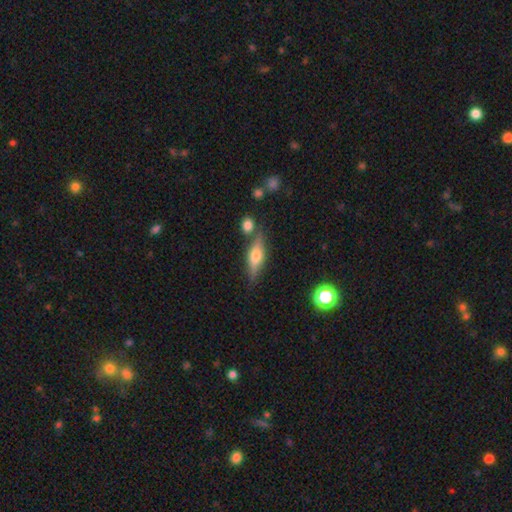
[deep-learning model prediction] smooth_or_featured: featured or disk (p=0.57) [alt: smooth p=0.34]
disk_edge_on: yes (p=0.93) [alt: no p=0.07]
edge_on_bulge: rounded (p=0.88) [alt: boxy p=0.09]
merging: none (p=0.74) [alt: minor disturbance p=0.12]